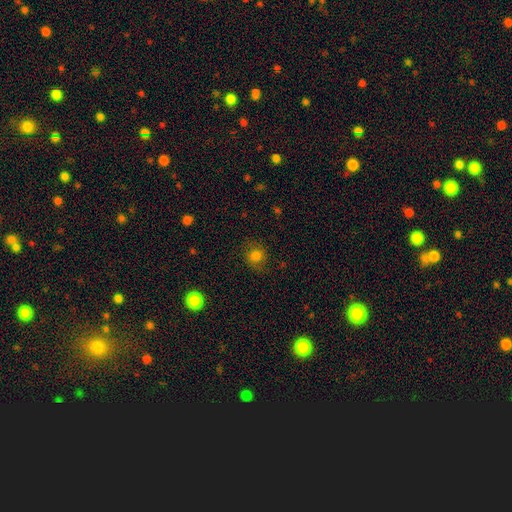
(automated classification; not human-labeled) A smooth galaxy with no disk features (78%) that is round (84%).

Vote fractions:
- Smooth or featured? smooth: 78% / star or artifact: 13% / featured or disk: 9%
- How rounded? round: 84% / in between: 15% / cigar-shaped: 1%
- Merging? none: 78% / minor disturbance: 15% / major disturbance: 6% / merger: 1%